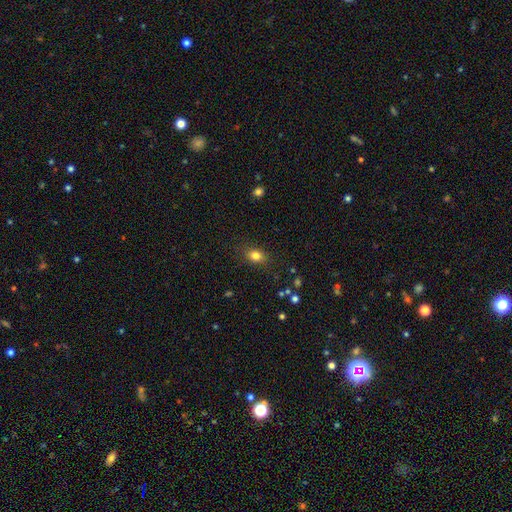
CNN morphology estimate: Q: Smooth or featured?
A: smooth (82%); runner-up: star or artifact (11%)
Q: How rounded?
A: in between (69%); runner-up: round (29%)
Q: Merging?
A: none (83%); runner-up: minor disturbance (12%)